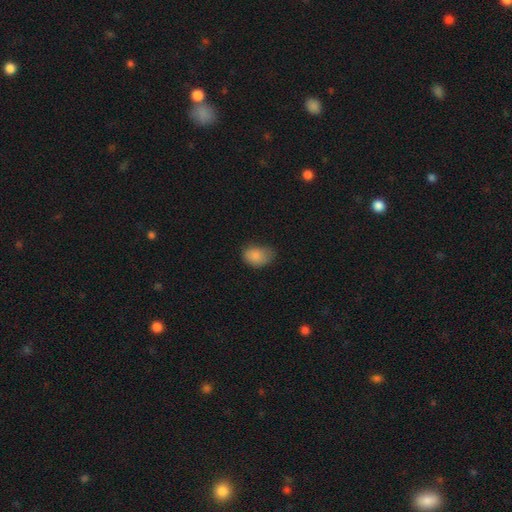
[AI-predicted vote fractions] Smooth or featured?
  - smooth: 84% *
  - star or artifact: 9%
  - featured or disk: 7%
How rounded?
  - in between: 77% *
  - round: 22%
  - cigar-shaped: 1%
Merging?
  - none: 49% *
  - minor disturbance: 39%
  - major disturbance: 11%
  - merger: 2%